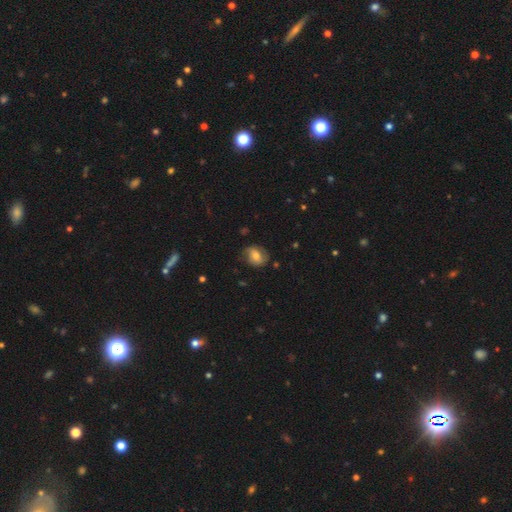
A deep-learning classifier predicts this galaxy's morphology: The model was most divided on "how rounded": in between: 51%, round: 48%, cigar-shaped: 1%. More confident: merging — none (70%); smooth or featured — smooth (52%).